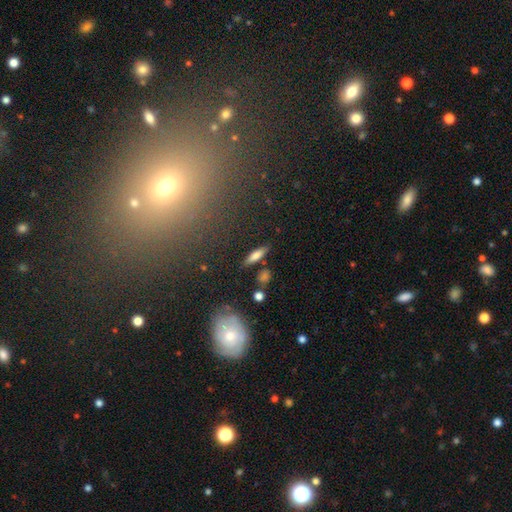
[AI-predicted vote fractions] smooth-or-featured: smooth: 70% | featured or disk: 22% | star or artifact: 8%
  how-rounded: cigar-shaped: 62% | in between: 35% | round: 3%
  merging: none: 81% | minor disturbance: 11% | merger: 4% | major disturbance: 3%